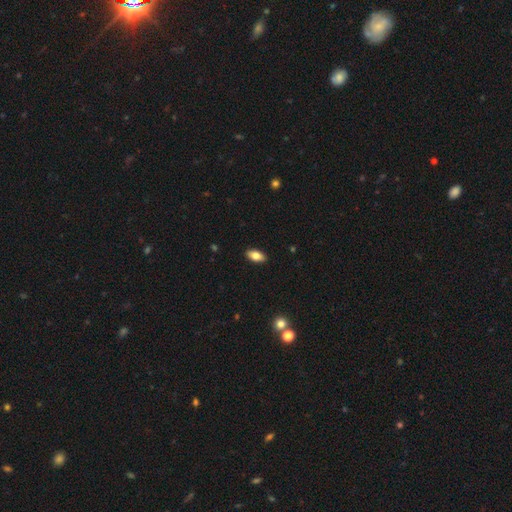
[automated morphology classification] A smooth galaxy with no disk features (81%) that is in between round and cigar-shaped (91%). Merging: none (90%).